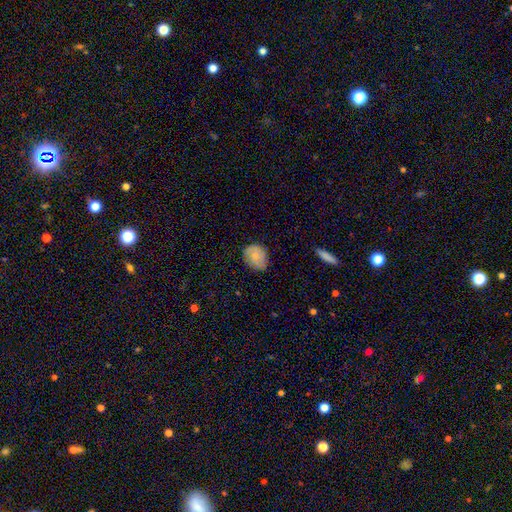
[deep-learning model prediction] smooth_or_featured: smooth (p=0.74) [alt: featured or disk p=0.19]
how_rounded: round (p=0.62) [alt: in between p=0.37]
merging: none (p=0.68) [alt: minor disturbance p=0.25]